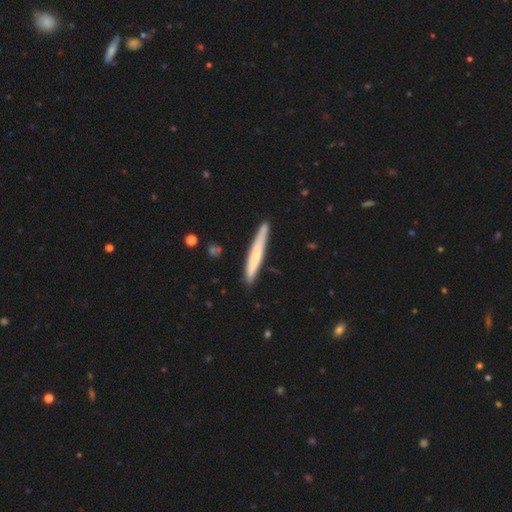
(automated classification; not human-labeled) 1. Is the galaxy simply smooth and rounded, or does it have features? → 62% smooth, 33% featured or disk, 6% star or artifact.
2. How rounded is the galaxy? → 96% cigar-shaped, 3% in between, 1% round.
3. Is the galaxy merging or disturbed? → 85% none, 11% minor disturbance, 2% merger, 2% major disturbance.